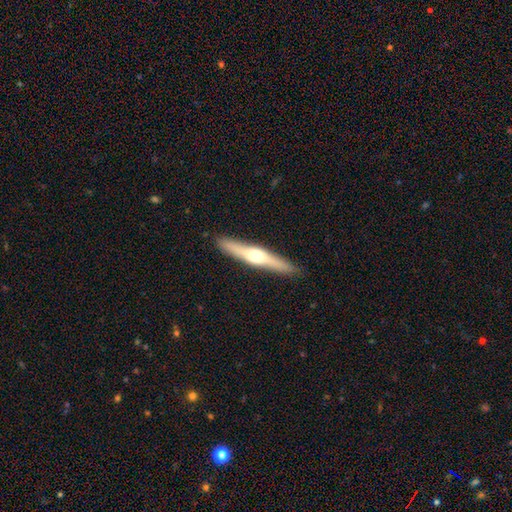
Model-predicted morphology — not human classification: Overall: featured or disk (63%; smooth 32%). Edge-on disk: yes (96%). Edge-on bulge: rounded (93%). Merging: none (90%).